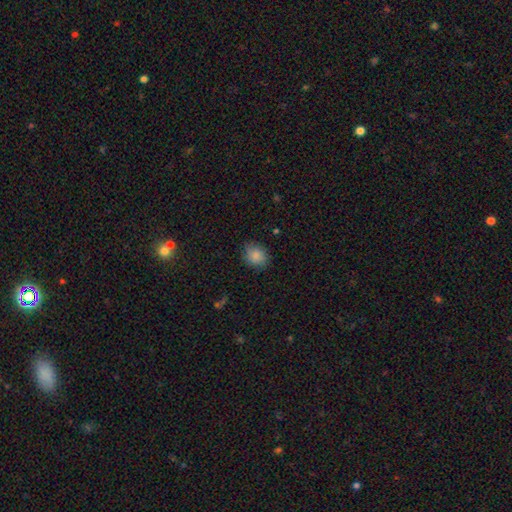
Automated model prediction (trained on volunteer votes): This is clearly a smooth galaxy (86%). How rounded: likely round (61%). Merging: likely none (79%).